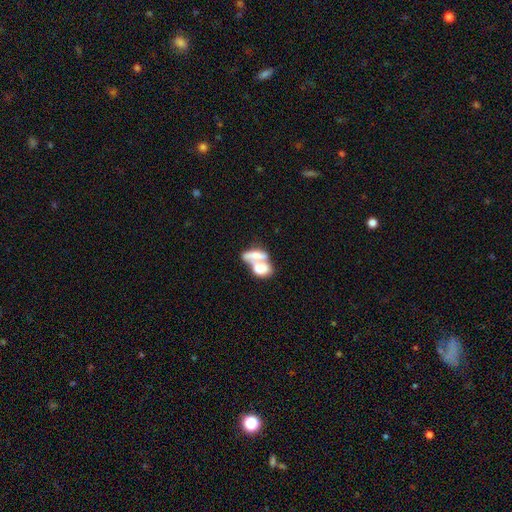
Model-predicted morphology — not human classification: smooth_or_featured: smooth (p=0.59) [alt: featured or disk p=0.32]
how_rounded: in between (p=0.82) [alt: round p=0.10]
merging: merger (p=0.72) [alt: none p=0.13]